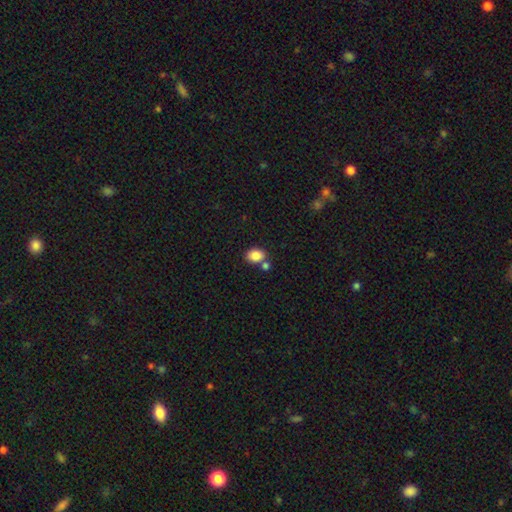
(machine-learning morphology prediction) A smooth galaxy with no disk features (85%) that is in between round and cigar-shaped (64%).

Vote fractions:
- Smooth or featured? smooth: 85% / star or artifact: 9% / featured or disk: 6%
- How rounded? in between: 64% / round: 35% / cigar-shaped: 1%
- Merging? none: 61% / merger: 25% / minor disturbance: 11% / major disturbance: 3%